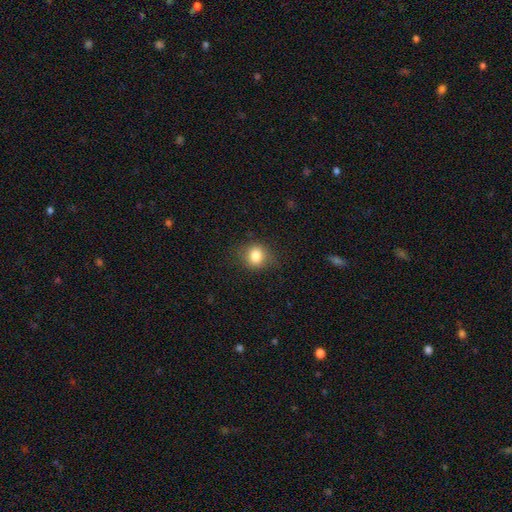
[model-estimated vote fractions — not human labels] Smooth or featured? Predicted: smooth (p=0.81). How rounded? Predicted: round (p=0.69). Merging? Predicted: none (p=0.79).